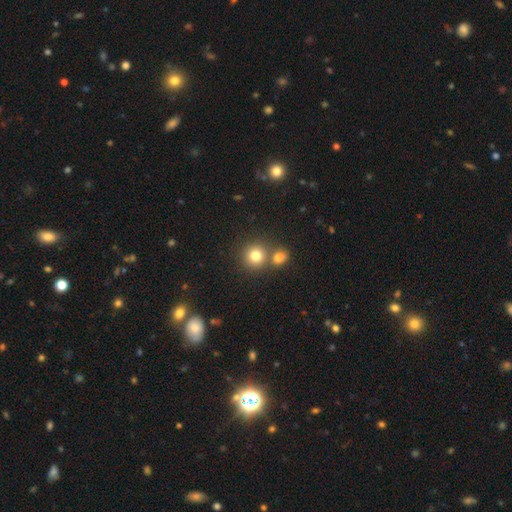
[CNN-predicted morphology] A smooth galaxy with no disk features (79%) that is round (89%).

Vote fractions:
- Smooth or featured? smooth: 79% / star or artifact: 13% / featured or disk: 8%
- How rounded? round: 89% / in between: 10% / cigar-shaped: 1%
- Merging? none: 61% / merger: 29% / minor disturbance: 7% / major disturbance: 3%